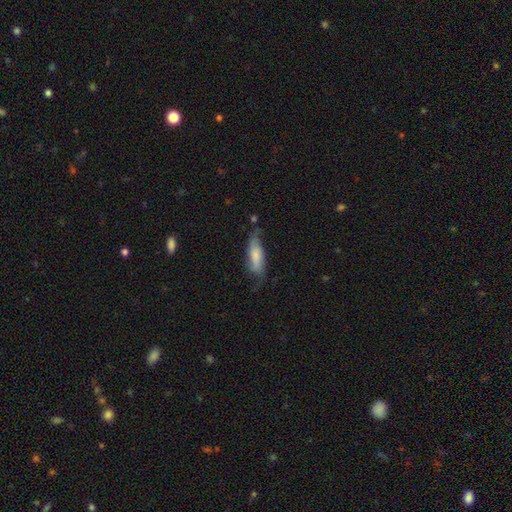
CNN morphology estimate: Smooth or featured? Predicted: smooth (p=0.52). How rounded? Predicted: in between (p=0.64). Merging? Predicted: none (p=0.50).